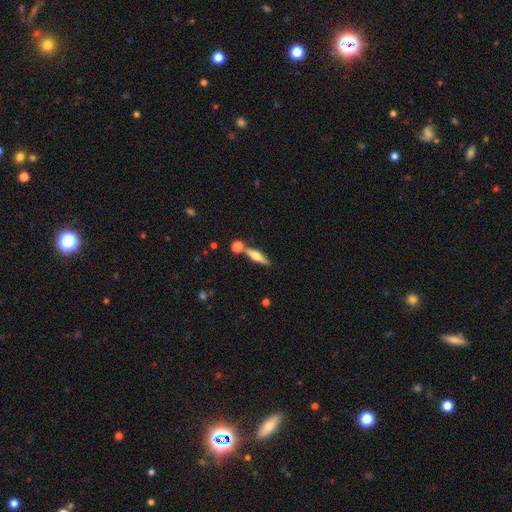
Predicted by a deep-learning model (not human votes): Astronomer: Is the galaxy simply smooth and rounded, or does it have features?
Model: smooth — 49% (runner-up: featured or disk, 44%).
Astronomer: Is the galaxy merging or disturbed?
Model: none — 70%.